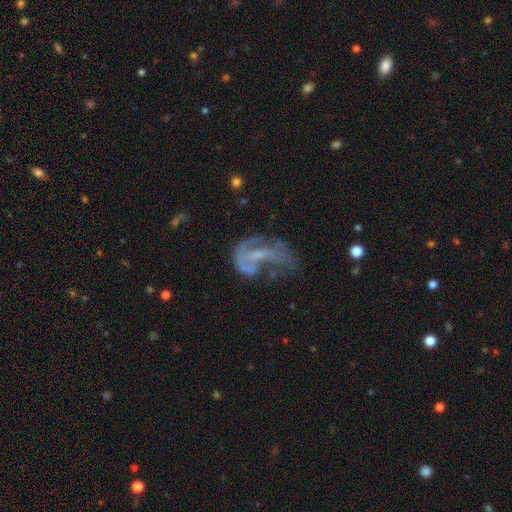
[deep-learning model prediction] Smooth or featured?
  - featured or disk: 68% *
  - smooth: 19%
  - star or artifact: 12%
Edge-on disk?
  - no: 97% *
  - yes: 3%
Bar?
  - no: 52% *
  - weak: 36%
  - strong: 12%
Spiral arms?
  - yes: 59% *
  - no: 41%
Bulge size?
  - small: 41% *
  - none: 40%
  - moderate: 16%
  - large: 2%
  - dominant: 1%
Merging?
  - major disturbance: 48% *
  - none: 26%
  - minor disturbance: 18%
  - merger: 8%